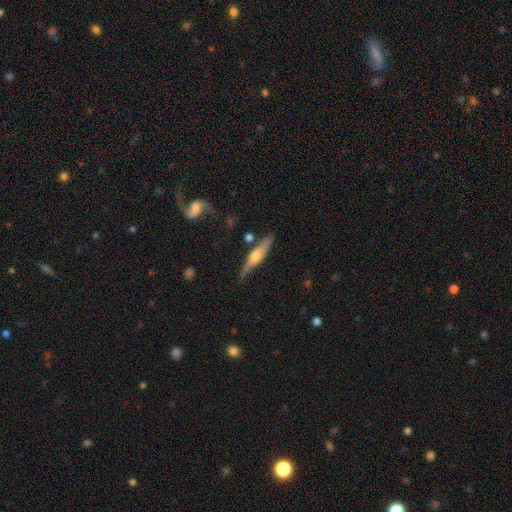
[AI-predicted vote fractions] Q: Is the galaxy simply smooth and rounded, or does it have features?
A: featured or disk — 62%.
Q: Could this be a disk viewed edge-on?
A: yes — 94%.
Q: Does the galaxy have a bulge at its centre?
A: rounded — 91%.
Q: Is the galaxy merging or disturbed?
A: none — 80%.